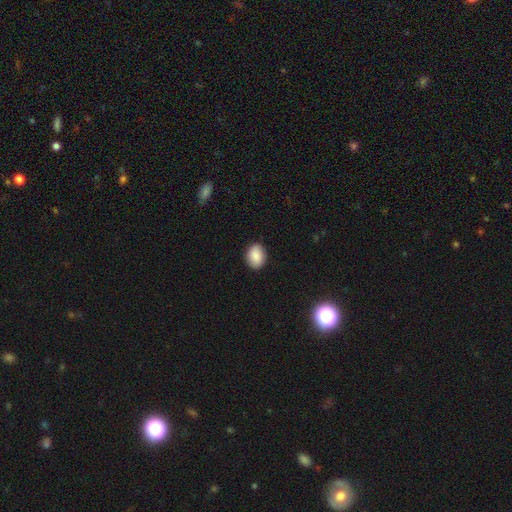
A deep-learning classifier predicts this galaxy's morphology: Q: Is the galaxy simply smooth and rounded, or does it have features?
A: smooth — 86%.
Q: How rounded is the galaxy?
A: in between — 61%.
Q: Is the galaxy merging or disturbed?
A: none — 87%.